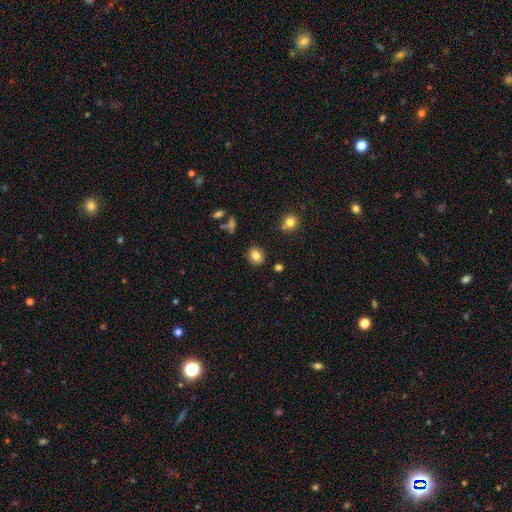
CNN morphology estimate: A smooth galaxy with no disk features (81%) that is in between round and cigar-shaped (58%).

Vote fractions:
- Smooth or featured? smooth: 81% / star or artifact: 10% / featured or disk: 9%
- How rounded? in between: 58% / round: 41% / cigar-shaped: 1%
- Merging? none: 86% / minor disturbance: 9% / merger: 3% / major disturbance: 3%